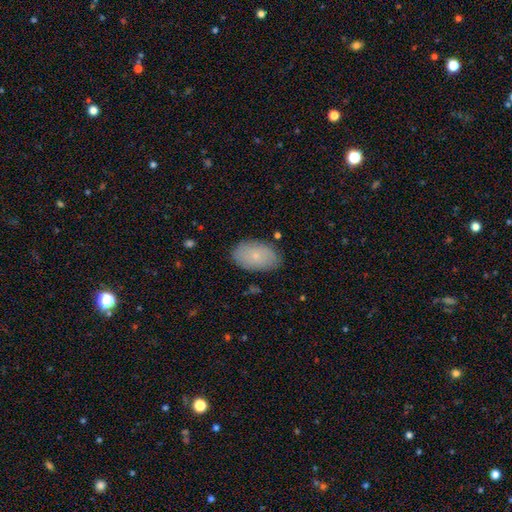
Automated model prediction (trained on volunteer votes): This appears to be a smooth galaxy with no disk features (71%) that is in between round and cigar-shaped (92%). Merging: none (82%).